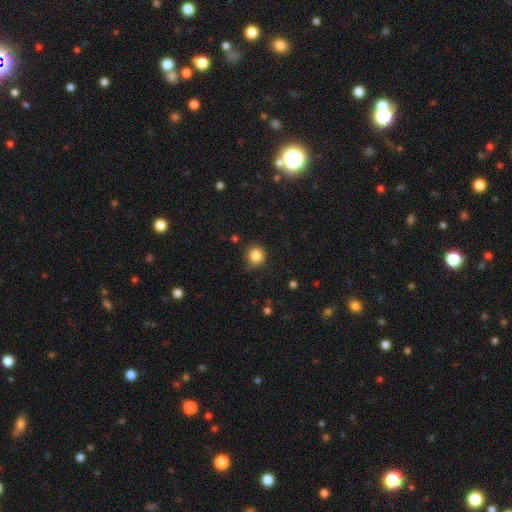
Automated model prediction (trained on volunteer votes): This is clearly a smooth galaxy (85%). How rounded: clearly round (91%). Merging: likely none (76%).